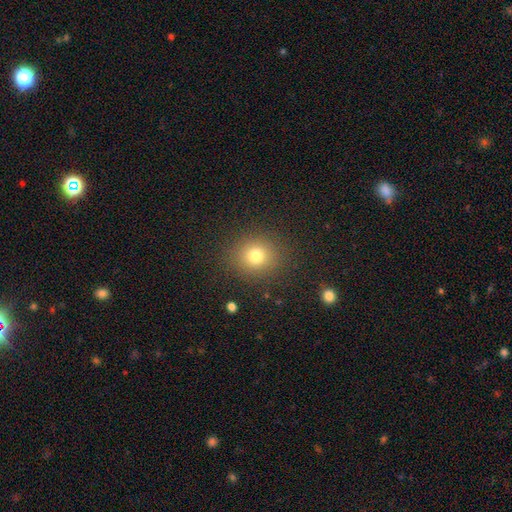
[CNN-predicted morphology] A smooth galaxy with no disk features (76%) that is round (80%). Merging: none (87%).